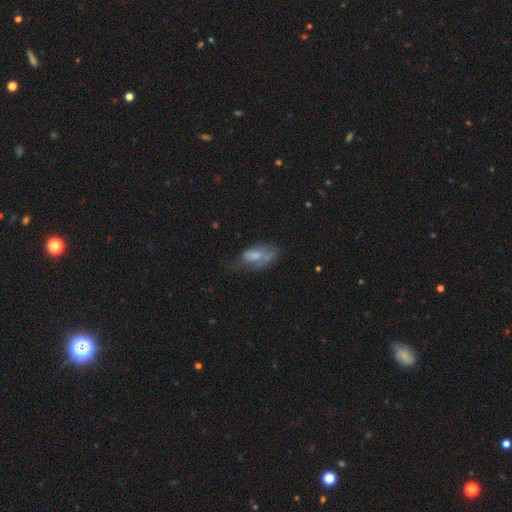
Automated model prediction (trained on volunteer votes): The model was most divided on "merging": major disturbance: 35%, none: 33%, minor disturbance: 28%, merger: 5%. More confident: how rounded — in between (89%); smooth or featured — smooth (51%).